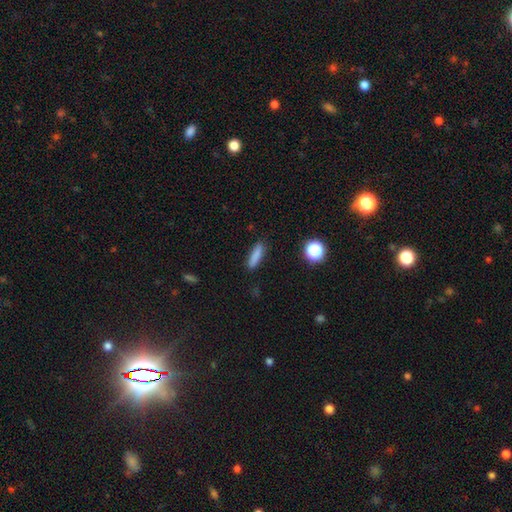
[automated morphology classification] A smooth galaxy with no disk features (83%) that is cigar-shaped (76%). Merging: none (87%).